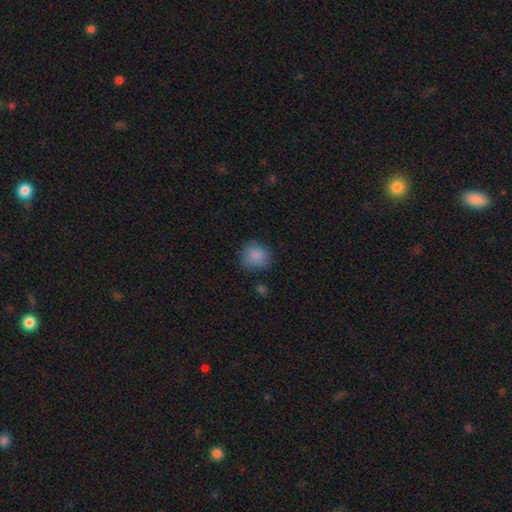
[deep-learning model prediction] smooth_or_featured: smooth (p=0.86) [alt: star or artifact p=0.09]
how_rounded: round (p=0.85) [alt: in between p=0.14]
merging: none (p=0.79) [alt: minor disturbance p=0.15]